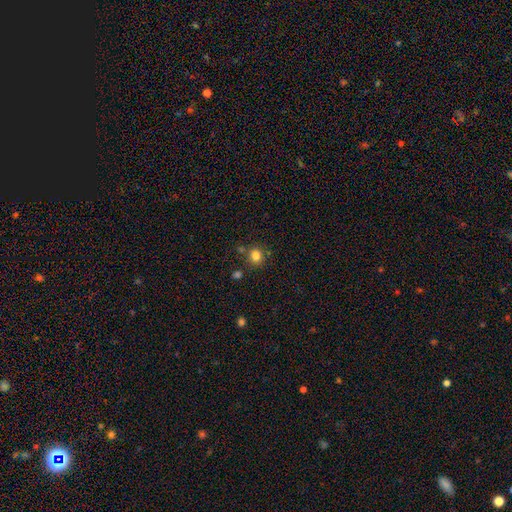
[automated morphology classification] Q: Smooth or featured?
A: smooth (82%); runner-up: star or artifact (12%)
Q: How rounded?
A: round (85%); runner-up: in between (14%)
Q: Merging?
A: none (78%); runner-up: minor disturbance (10%)